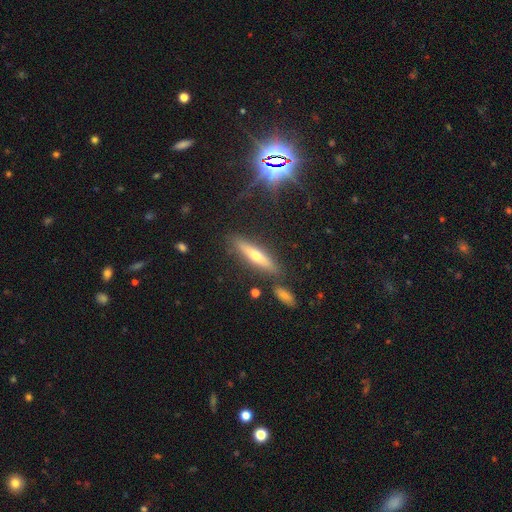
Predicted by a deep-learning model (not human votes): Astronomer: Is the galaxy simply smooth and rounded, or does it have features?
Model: featured or disk — 50% (runner-up: smooth, 38%).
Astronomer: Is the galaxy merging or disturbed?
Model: none — 82%.